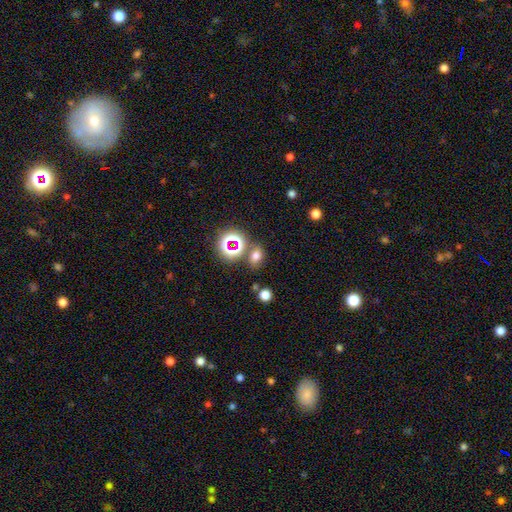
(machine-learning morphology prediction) A smooth galaxy with no disk features (65%) that is in between round and cigar-shaped (63%).

Vote fractions:
- Smooth or featured? smooth: 65% / star or artifact: 26% / featured or disk: 9%
- How rounded? in between: 63% / round: 35% / cigar-shaped: 2%
- Merging? none: 72% / merger: 13% / minor disturbance: 11% / major disturbance: 4%